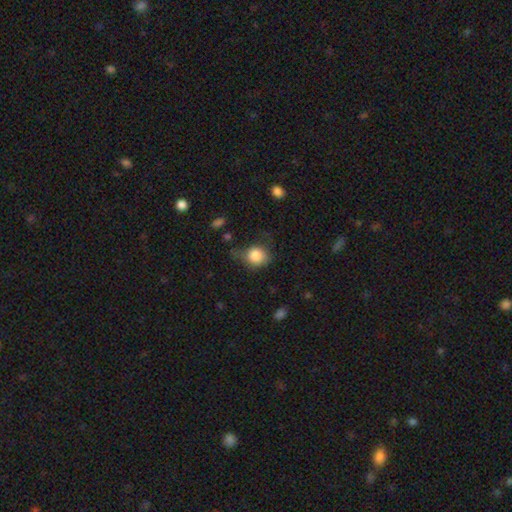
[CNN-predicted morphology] Q: Smooth or featured?
A: smooth (83%); runner-up: star or artifact (9%)
Q: How rounded?
A: round (71%); runner-up: in between (28%)
Q: Merging?
A: none (49%); runner-up: minor disturbance (33%)